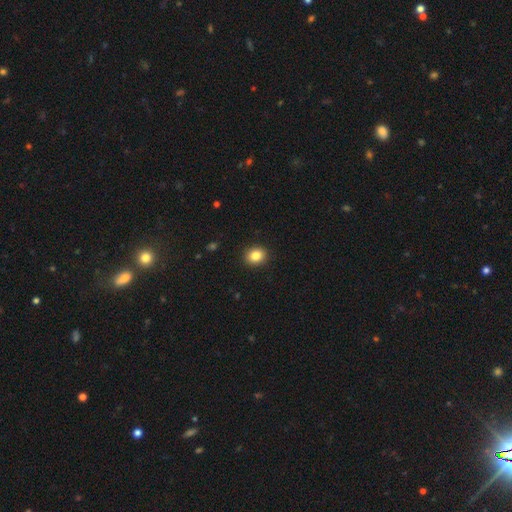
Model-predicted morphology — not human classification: Smooth or featured? smooth (84%)
How rounded? round (64%)
Merging? none (91%)